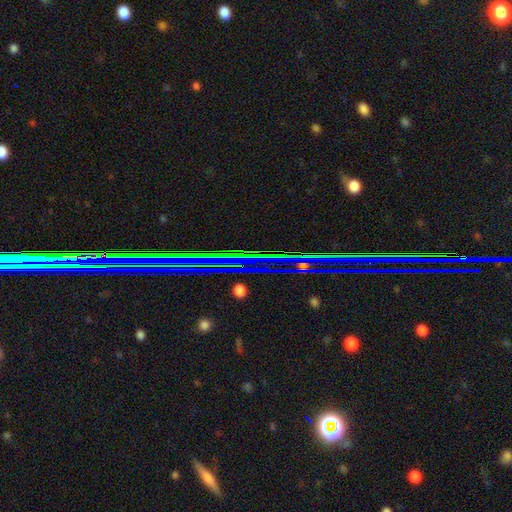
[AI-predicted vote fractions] Smooth or featured?
  - star or artifact: 79% *
  - featured or disk: 11%
  - smooth: 9%